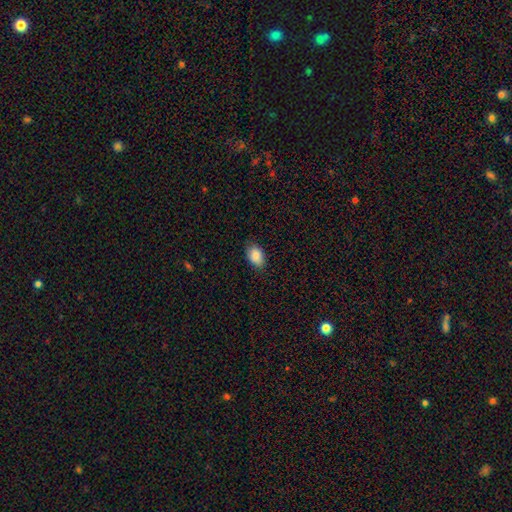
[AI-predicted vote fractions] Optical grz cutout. It shows a smooth galaxy with no disk features (88%) that is in between round and cigar-shaped (87%). Merging: none (83%).